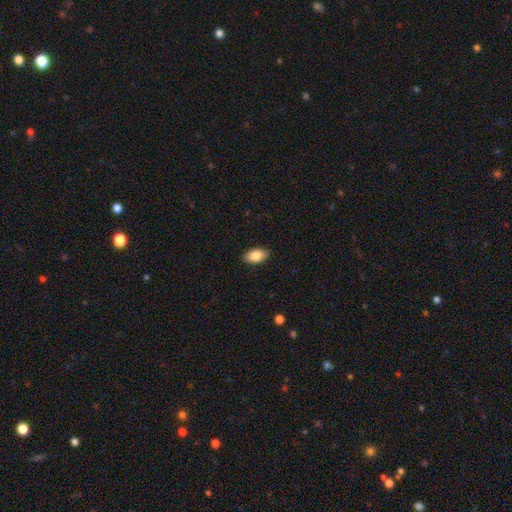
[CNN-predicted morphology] This is clearly a smooth galaxy (85%). How rounded: clearly in between (92%). Merging: clearly none (88%).